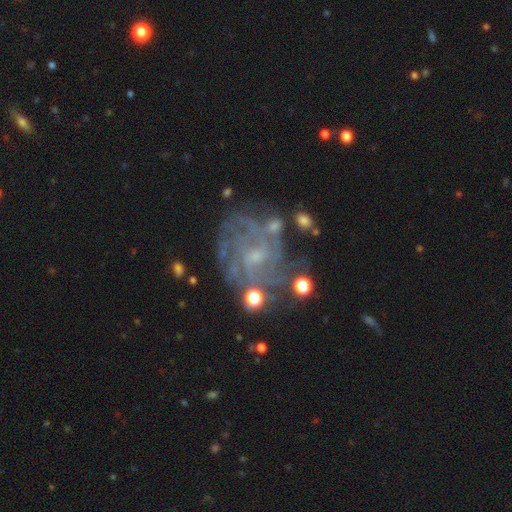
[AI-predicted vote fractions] Q: Smooth or featured?
A: featured or disk (80%); runner-up: star or artifact (11%)
Q: Edge-on disk?
A: no (98%); runner-up: yes (2%)
Q: Bar?
A: no (52%); runner-up: weak (40%)
Q: Spiral arms?
A: yes (87%); runner-up: no (13%)
Q: Spiral winding?
A: tight (54%); runner-up: medium (35%)
Q: Spiral arm count?
A: can't tell (43%); runner-up: 3 (15%)
Q: Bulge size?
A: small (64%); runner-up: moderate (18%)
Q: Merging?
A: none (64%); runner-up: minor disturbance (18%)